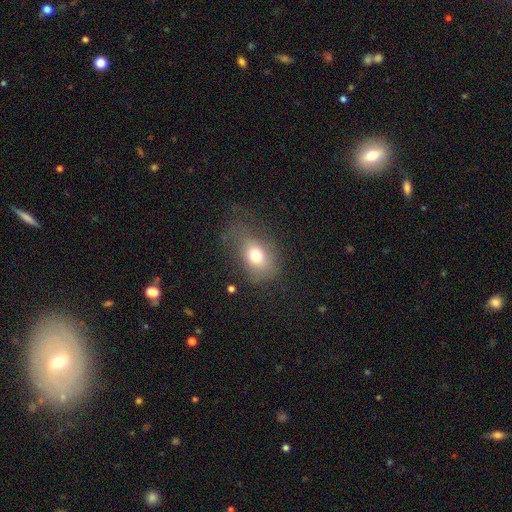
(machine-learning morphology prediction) A smooth galaxy with no disk features (71%) that is in between round and cigar-shaped (69%).

Vote fractions:
- Smooth or featured? smooth: 71% / featured or disk: 16% / star or artifact: 13%
- How rounded? in between: 69% / round: 29% / cigar-shaped: 2%
- Merging? none: 52% / minor disturbance: 25% / major disturbance: 22% / merger: 2%